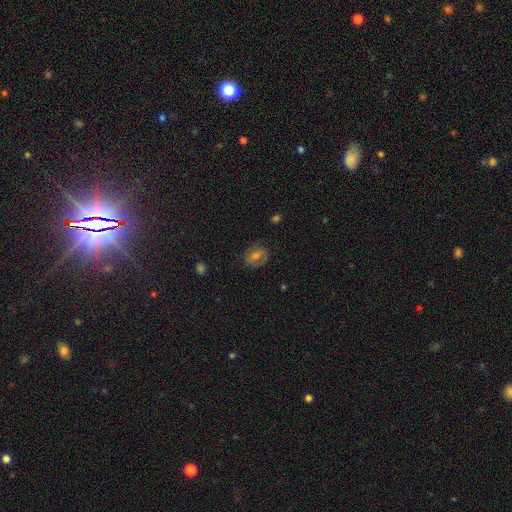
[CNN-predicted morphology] This appears to be a featured or disk galaxy (43%). Merging: none (79%).